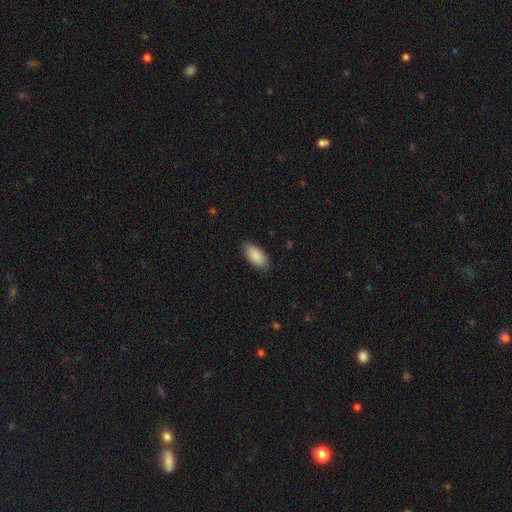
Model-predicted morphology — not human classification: Smooth or featured?
  - smooth: 89% *
  - star or artifact: 6%
  - featured or disk: 5%
How rounded?
  - in between: 92% *
  - cigar-shaped: 6%
  - round: 2%
Merging?
  - none: 87% *
  - minor disturbance: 10%
  - major disturbance: 2%
  - merger: 1%